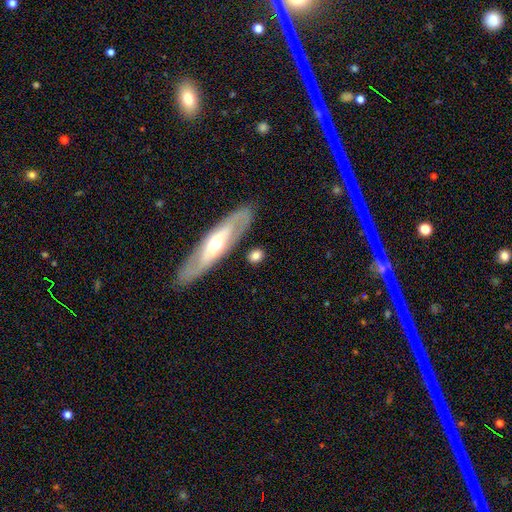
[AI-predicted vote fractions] Overall: smooth (65%; featured or disk 29%). How rounded: in between (43%; round 33%). Merging: none (80%).